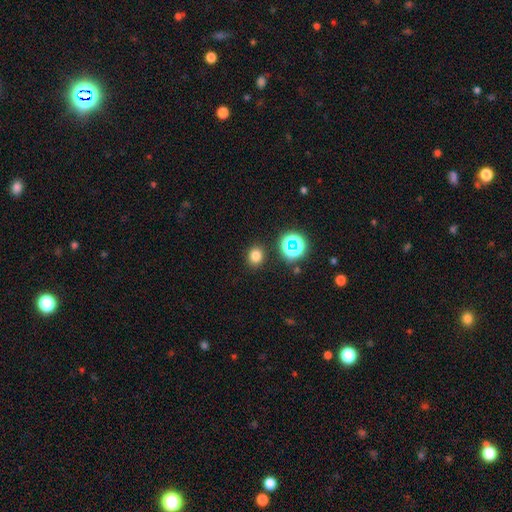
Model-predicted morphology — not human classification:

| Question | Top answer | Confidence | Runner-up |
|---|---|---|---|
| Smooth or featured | smooth | 76% | star or artifact (18%) |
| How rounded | round | 68% | in between (31%) |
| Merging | none | 88% | minor disturbance (7%) |